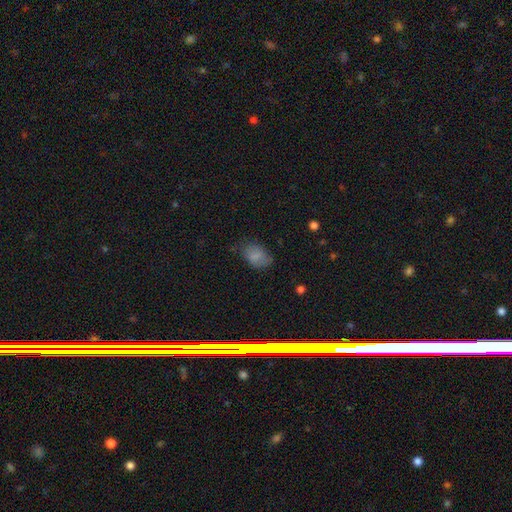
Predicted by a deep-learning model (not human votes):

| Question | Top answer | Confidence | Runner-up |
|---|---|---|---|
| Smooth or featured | smooth | 80% | featured or disk (11%) |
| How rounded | in between | 86% | round (13%) |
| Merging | none | 62% | minor disturbance (27%) |